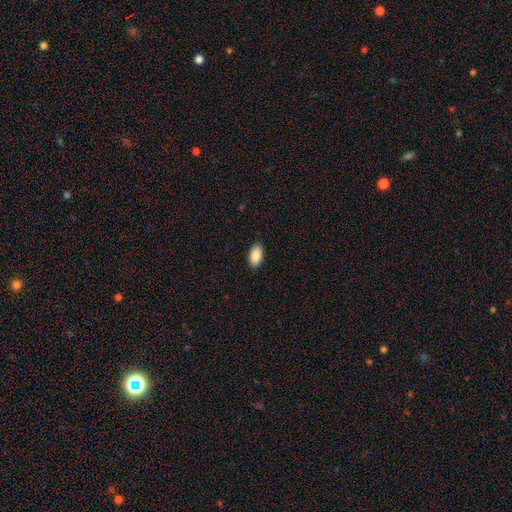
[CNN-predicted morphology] Smooth or featured? smooth (90%)
How rounded? in between (94%)
Merging? none (88%)